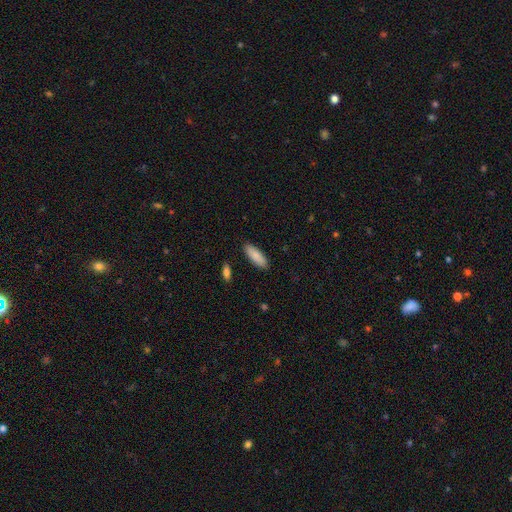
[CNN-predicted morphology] This is clearly a smooth galaxy (86%). How rounded: likely in between (61%). Merging: clearly none (89%).